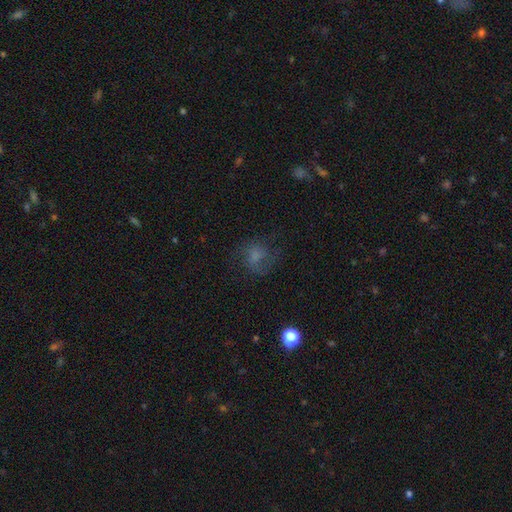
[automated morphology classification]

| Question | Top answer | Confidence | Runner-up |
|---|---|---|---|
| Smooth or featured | smooth | 52% | featured or disk (30%) |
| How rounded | round | 67% | in between (31%) |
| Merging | none | 55% | major disturbance (22%) |